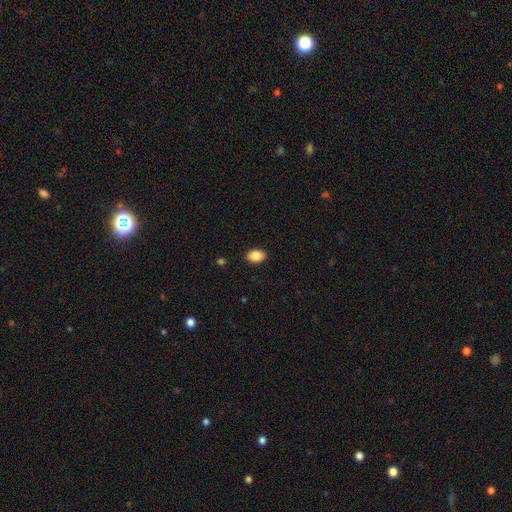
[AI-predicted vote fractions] This appears to be a smooth galaxy with no disk features (86%) that is in between round and cigar-shaped (84%). Merging: none (89%).